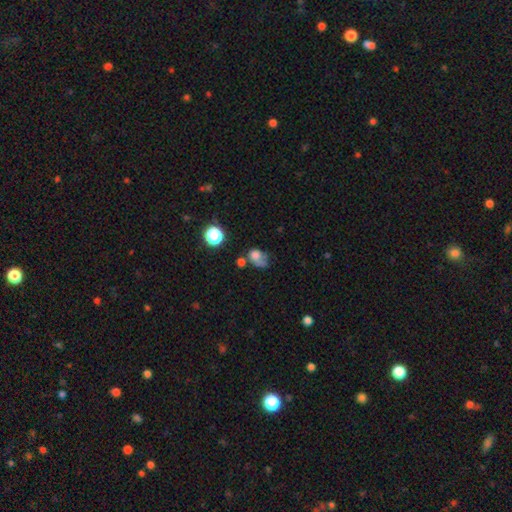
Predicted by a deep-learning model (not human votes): Overall: smooth (66%). How rounded: in between (52%; round 47%). Merging: major disturbance (34%; none 26%).